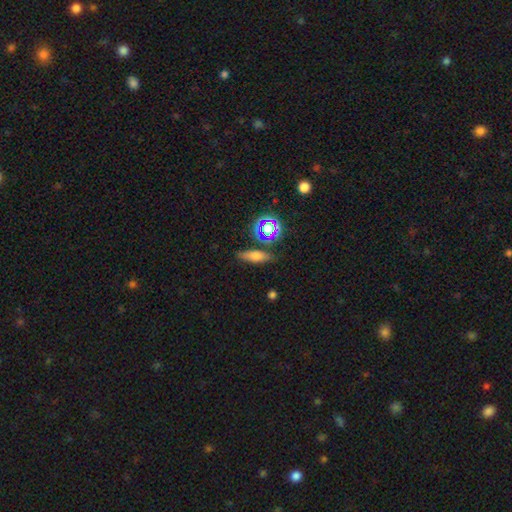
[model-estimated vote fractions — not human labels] This is likely a smooth galaxy (63%). How rounded: possibly cigar-shaped (47%). Merging: likely none (79%).